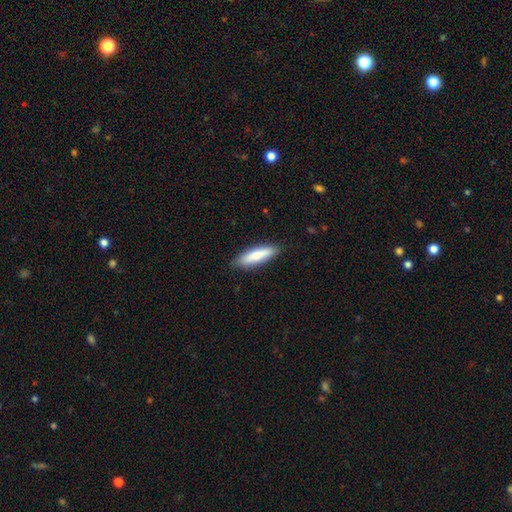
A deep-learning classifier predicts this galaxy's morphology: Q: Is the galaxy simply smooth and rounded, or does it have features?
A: smooth — 77%.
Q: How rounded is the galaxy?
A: cigar-shaped — 66%.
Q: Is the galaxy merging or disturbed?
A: none — 86%.